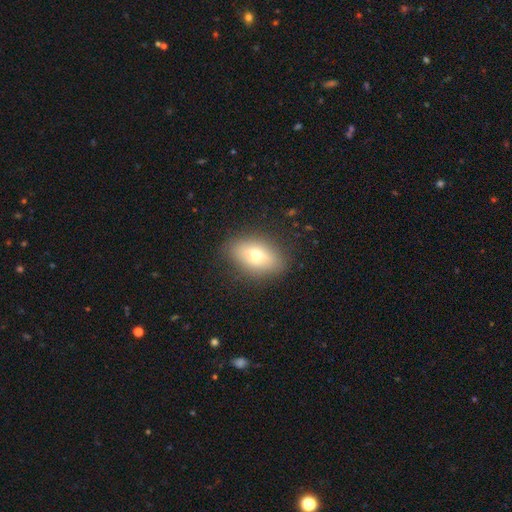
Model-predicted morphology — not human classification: Q: Smooth or featured?
A: smooth (61%); runner-up: featured or disk (29%)
Q: How rounded?
A: in between (80%); runner-up: round (14%)
Q: Merging?
A: none (85%); runner-up: minor disturbance (10%)